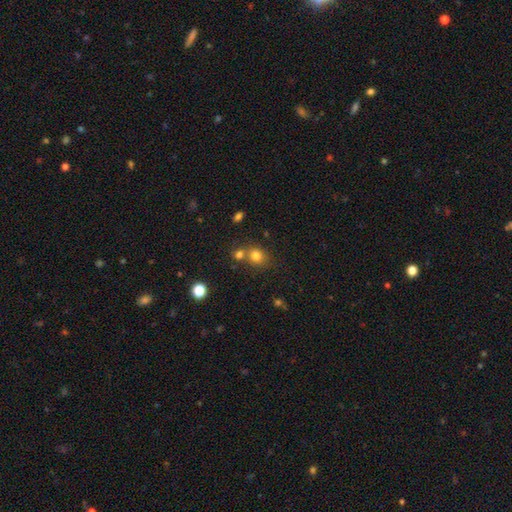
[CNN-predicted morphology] smooth-or-featured: smooth: 78% | star or artifact: 14% | featured or disk: 8%
  how-rounded: round: 72% | in between: 27% | cigar-shaped: 1%
  merging: none: 56% | merger: 31% | minor disturbance: 10% | major disturbance: 4%